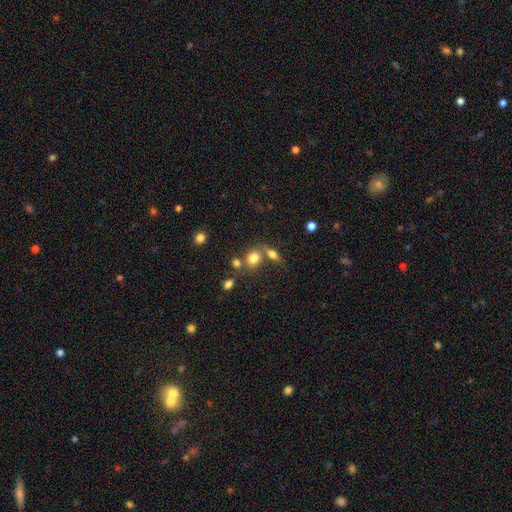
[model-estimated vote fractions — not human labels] This is likely a smooth galaxy (60%). How rounded: likely round (75%). Merging: marginally none (44%).